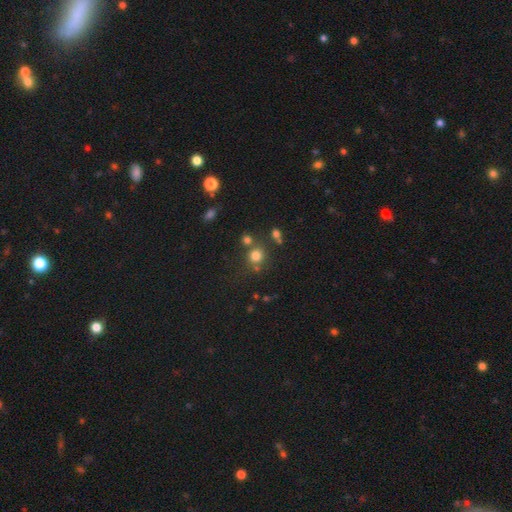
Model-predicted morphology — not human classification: Smooth or featured: smooth — 75% (star or artifact — 17%)
How rounded: round — 88% (in between — 10%)
Merging: none — 68% (merger — 17%)